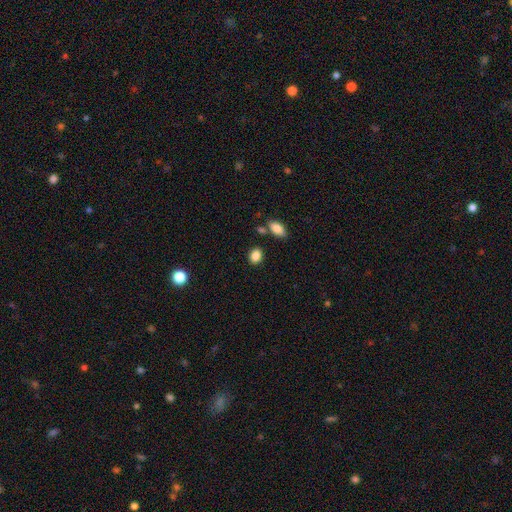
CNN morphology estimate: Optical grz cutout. It shows a smooth galaxy with no disk features (86%) that is in between round and cigar-shaped (63%). Merging: none (81%).